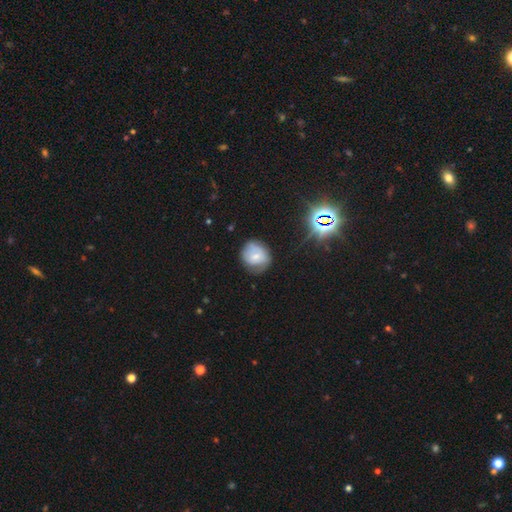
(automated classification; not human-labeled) Q: Smooth or featured?
A: smooth (56%); runner-up: featured or disk (33%)
Q: How rounded?
A: round (73%); runner-up: in between (26%)
Q: Merging?
A: none (61%); runner-up: minor disturbance (28%)